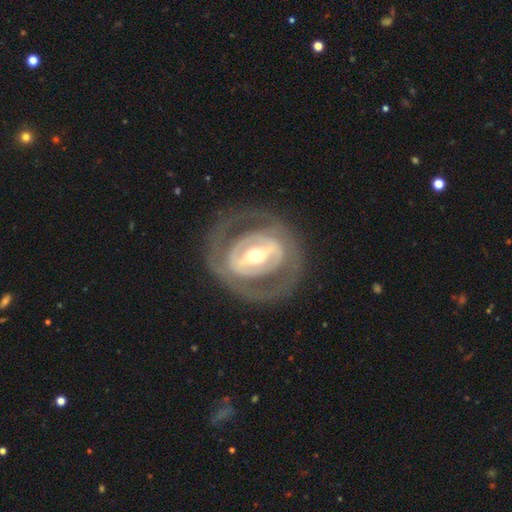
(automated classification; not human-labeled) Morphology: type=featured or disk (80%); edge-on=no (93%); bar=strong (60%); spiral arms=no (59%); bulge=moderate (57%); merging=none (76%).